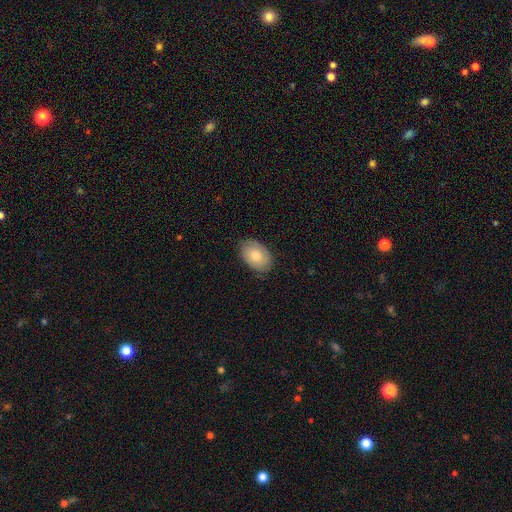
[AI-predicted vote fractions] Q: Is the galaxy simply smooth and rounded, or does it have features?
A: smooth — 66%.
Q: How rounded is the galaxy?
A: in between — 86%.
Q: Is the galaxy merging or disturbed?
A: none — 81%.